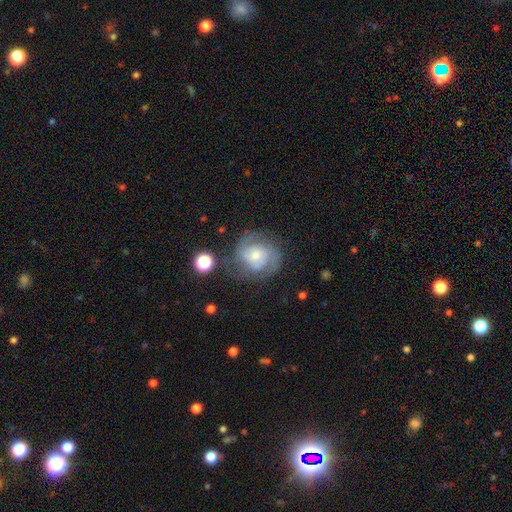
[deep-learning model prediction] smooth-or-featured: featured or disk: 71% | smooth: 21% | star or artifact: 8%
  disk-edge-on: no: 98% | yes: 2%
    bar: no: 65% | weak: 30% | strong: 5%
    has-spiral-arms: yes: 91% | no: 9%
      spiral-winding: tight: 43% (tied) | medium: 43% (tied) | loose: 14%
      spiral-arm-count: 2: 57% | can't tell: 20% | 3: 12% | 1: 5% | 4: 3% | more than 4: 3%
    bulge-size: moderate: 45% | small: 42% | large: 8% | none: 3% | dominant: 2%
  merging: none: 66% | minor disturbance: 19% | major disturbance: 12% | merger: 4%